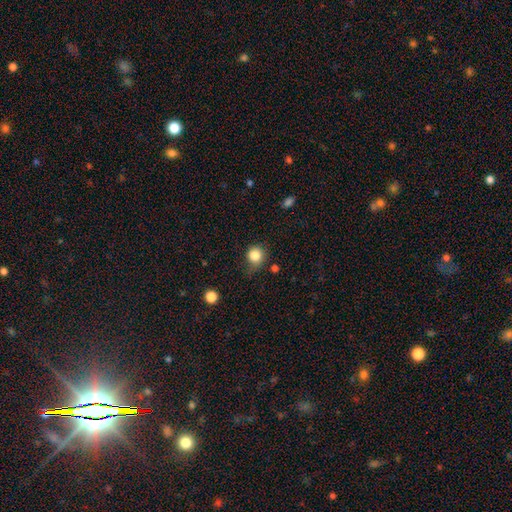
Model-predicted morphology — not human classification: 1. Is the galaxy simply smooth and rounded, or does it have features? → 84% smooth, 11% star or artifact, 5% featured or disk.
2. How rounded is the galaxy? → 84% round, 15% in between, 1% cigar-shaped.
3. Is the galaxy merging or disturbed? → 65% none, 25% minor disturbance, 7% major disturbance, 3% merger.